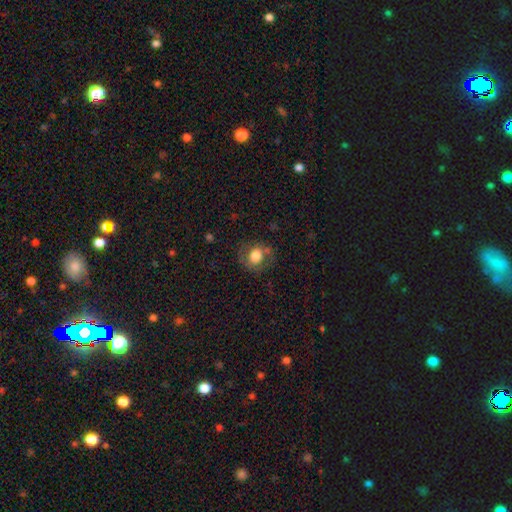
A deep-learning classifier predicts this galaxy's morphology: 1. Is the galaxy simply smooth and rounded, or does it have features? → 74% smooth, 17% featured or disk, 9% star or artifact.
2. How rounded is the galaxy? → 75% round, 24% in between, 1% cigar-shaped.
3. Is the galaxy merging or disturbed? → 67% none, 20% minor disturbance, 9% major disturbance, 4% merger.